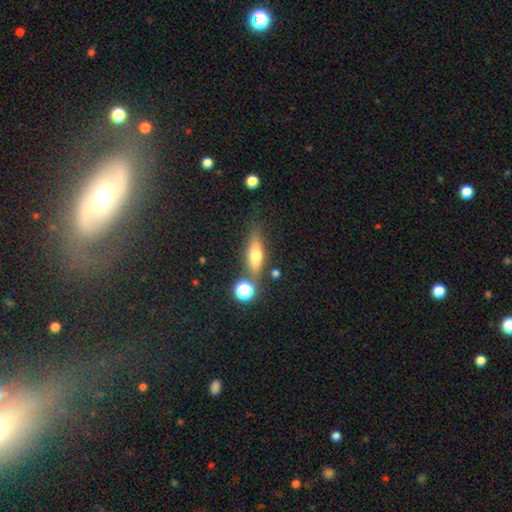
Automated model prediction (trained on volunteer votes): Smooth or featured? smooth (58%)
How rounded? cigar-shaped (49%)
Merging? none (75%)